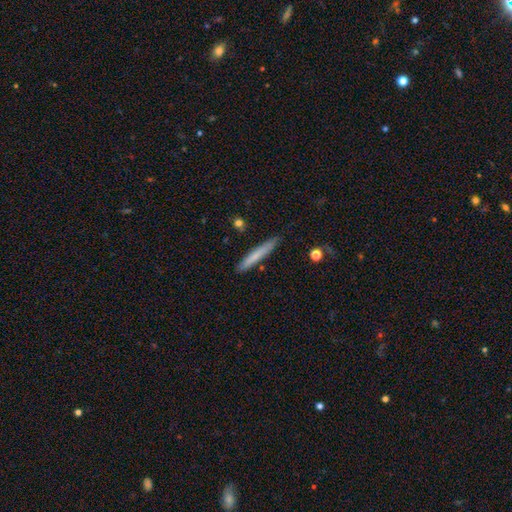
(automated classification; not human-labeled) smooth 70%, featured or disk 24%, star or artifact 6%. Down the decision tree: how rounded — cigar-shaped (96%); merging — none (86%).